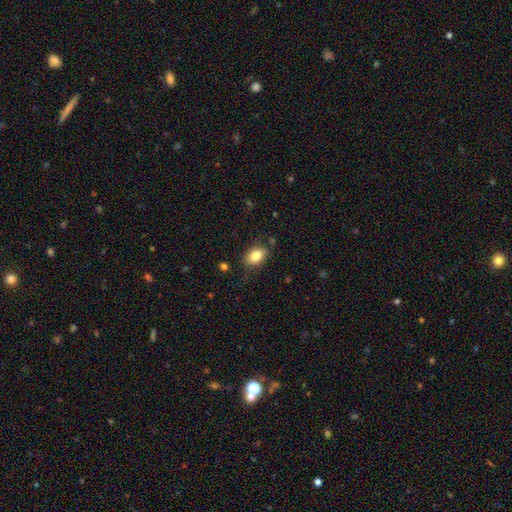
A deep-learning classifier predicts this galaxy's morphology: smooth-or-featured: smooth: 83% | featured or disk: 9% | star or artifact: 8%
  how-rounded: in between: 84% | round: 14% | cigar-shaped: 2%
  merging: none: 80% | minor disturbance: 15% | major disturbance: 4% | merger: 2%